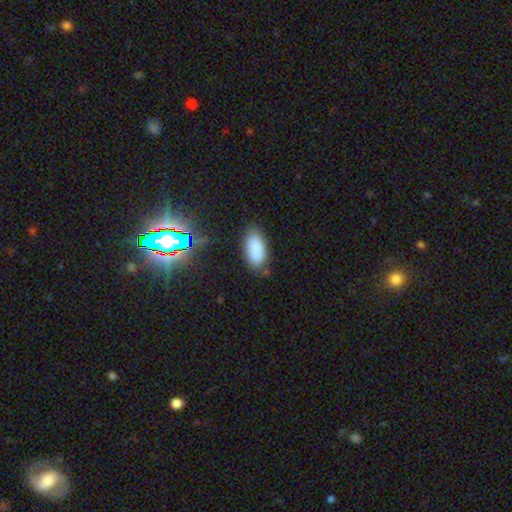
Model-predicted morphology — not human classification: Overall: smooth (84%). How rounded: in between (93%). Merging: none (78%).